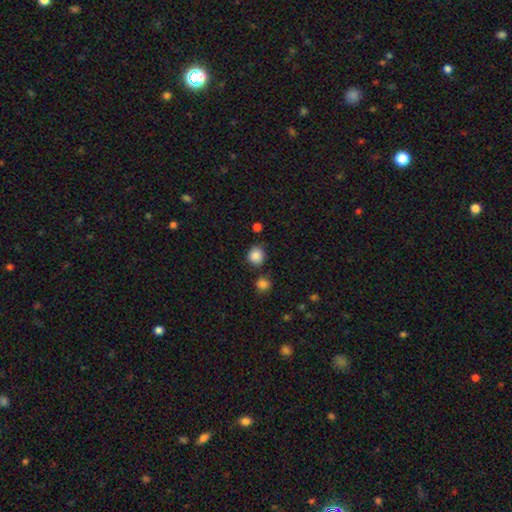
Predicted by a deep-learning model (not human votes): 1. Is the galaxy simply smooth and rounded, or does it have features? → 87% smooth, 10% star or artifact, 4% featured or disk.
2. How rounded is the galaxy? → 80% round, 19% in between, 1% cigar-shaped.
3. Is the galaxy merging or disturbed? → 76% none, 14% minor disturbance, 7% merger, 4% major disturbance.